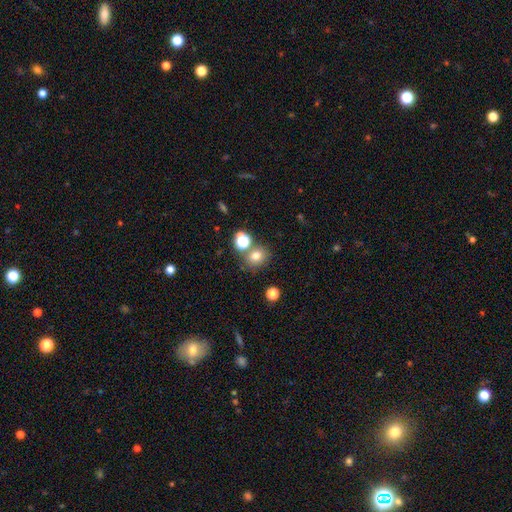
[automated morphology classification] The model was most divided on "how rounded": round: 69%, in between: 30%, cigar-shaped: 1%. More confident: smooth or featured — smooth (74%); merging — none (67%).